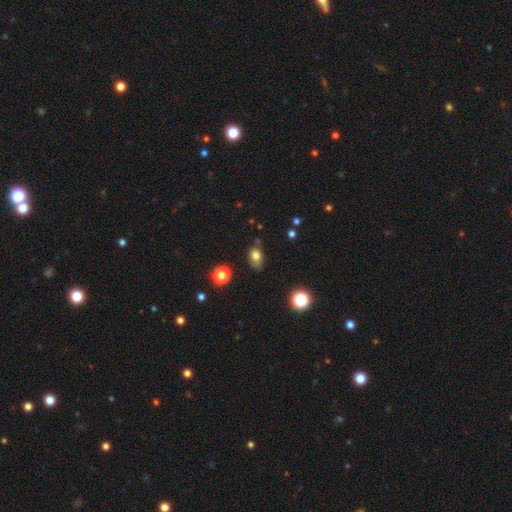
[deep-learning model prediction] smooth-or-featured: smooth: 79% | star or artifact: 13% | featured or disk: 8%
  how-rounded: in between: 73% | round: 25% | cigar-shaped: 2%
  merging: none: 65% | minor disturbance: 25% | major disturbance: 6% | merger: 4%